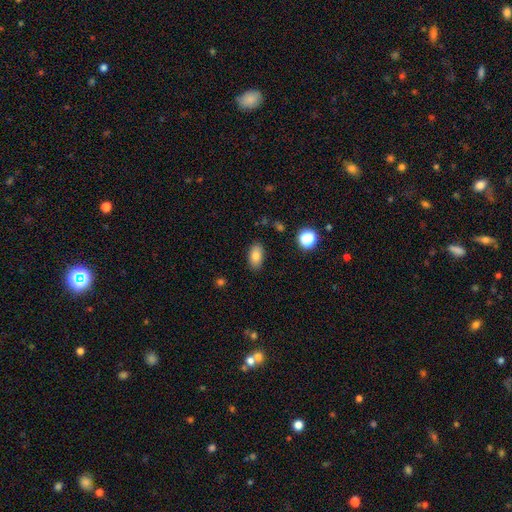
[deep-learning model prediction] Overall: smooth (80%). How rounded: in between (90%). Merging: none (86%).